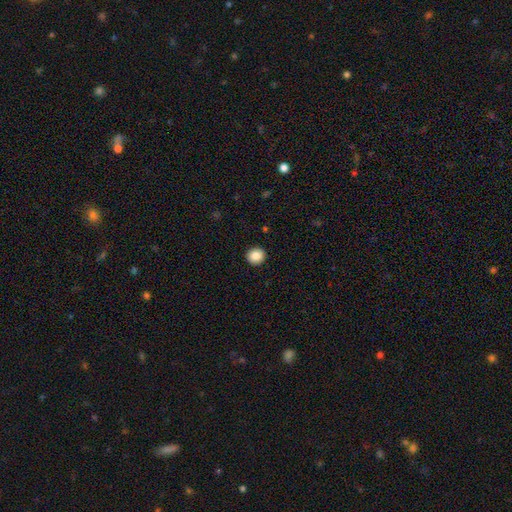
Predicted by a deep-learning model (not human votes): smooth 86%, star or artifact 9%, featured or disk 5%. Down the decision tree: how rounded — round (90%); merging — none (93%).